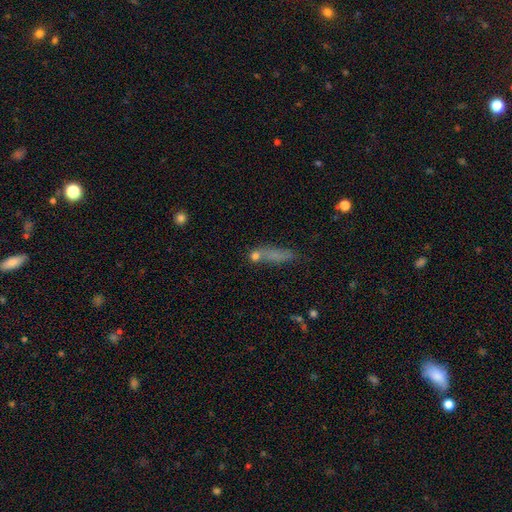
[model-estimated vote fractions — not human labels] Q: Smooth or featured?
A: smooth (63%); runner-up: featured or disk (19%)
Q: How rounded?
A: cigar-shaped (68%); runner-up: in between (25%)
Q: Merging?
A: none (58%); runner-up: minor disturbance (17%)